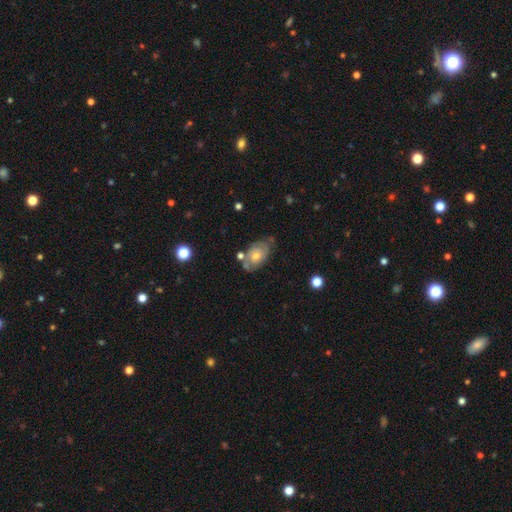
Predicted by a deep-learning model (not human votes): A featured or disk galaxy (57%) with no bar (84%), spiral arms (67%) and a moderate central bulge (56%). Merging: none (56%).